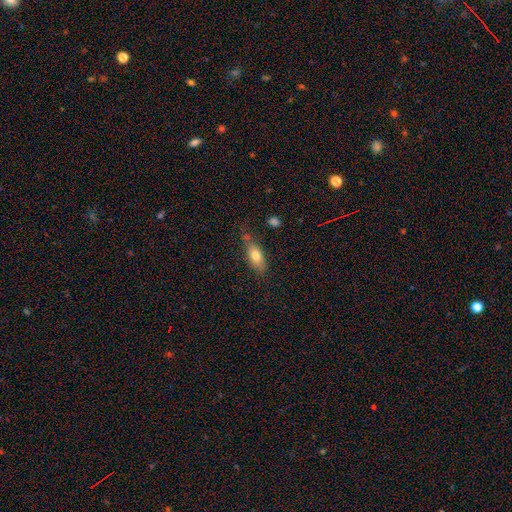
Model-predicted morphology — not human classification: smooth_or_featured: smooth (p=0.76) [alt: featured or disk p=0.16]
how_rounded: in between (p=0.79) [alt: cigar-shaped p=0.17]
merging: none (p=0.63) [alt: minor disturbance p=0.23]